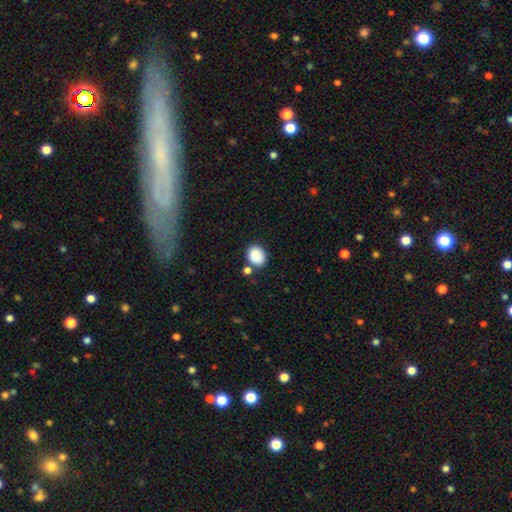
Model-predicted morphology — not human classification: smooth_or_featured: smooth (p=0.88) [alt: star or artifact p=0.08]
how_rounded: in between (p=0.54) [alt: round p=0.45]
merging: none (p=0.75) [alt: minor disturbance p=0.12]